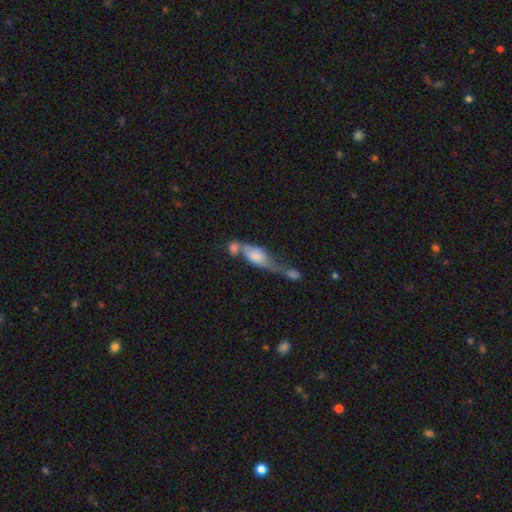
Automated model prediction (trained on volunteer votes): smooth-or-featured: smooth: 57% | featured or disk: 35% | star or artifact: 8%
  how-rounded: in between: 76% | cigar-shaped: 18% | round: 6%
  merging: merger: 61% | major disturbance: 15% | none: 14% | minor disturbance: 11%